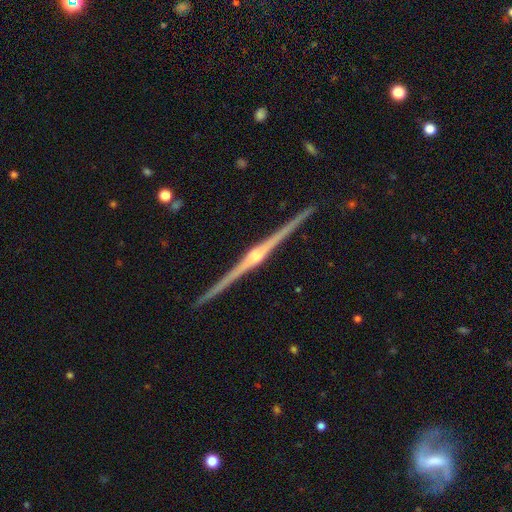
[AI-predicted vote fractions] This appears to be a featured or disk galaxy (92%) viewed edge-on (99%) with a rounded central bulge (88%). Merging: none (94%).